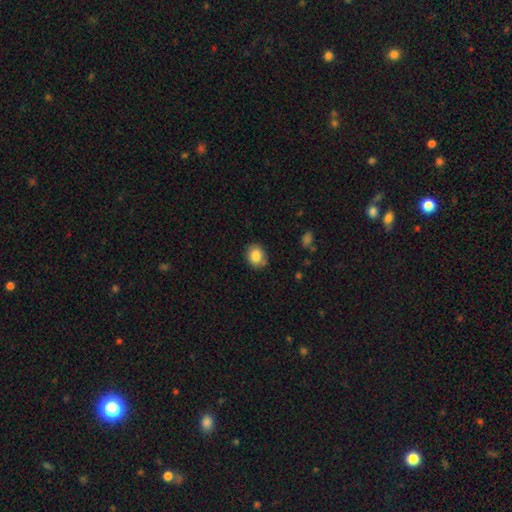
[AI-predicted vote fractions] Smooth or featured? Predicted: smooth (p=0.85). How rounded? Predicted: round (p=0.58). Merging? Predicted: none (p=0.81).